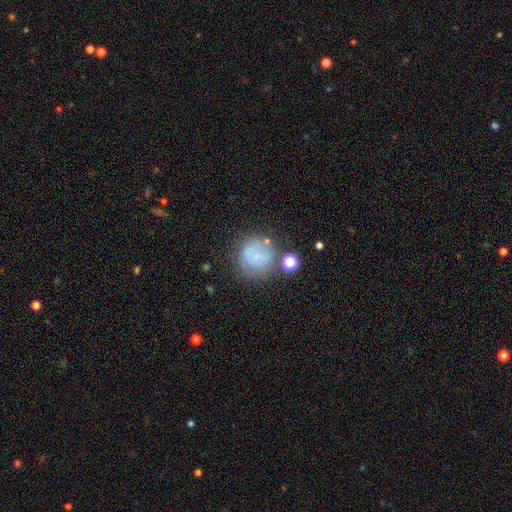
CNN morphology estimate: The model was most divided on "smooth or featured": smooth: 58%, featured or disk: 29%, star or artifact: 13%. More confident: how rounded — round (87%); merging — none (55%).